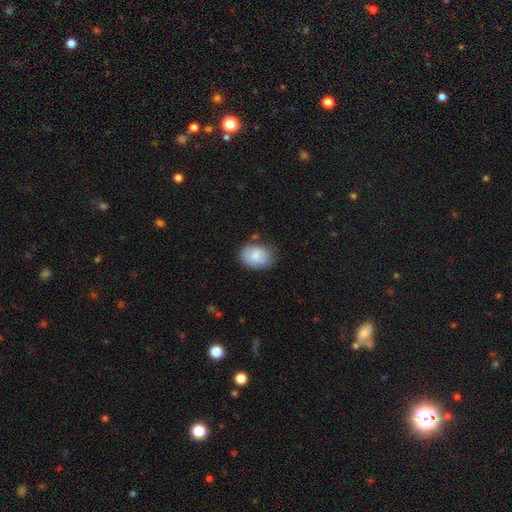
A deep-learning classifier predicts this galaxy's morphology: The model was most divided on "merging": none: 66%, minor disturbance: 25%, major disturbance: 6%, merger: 3%. More confident: smooth or featured — smooth (80%); how rounded — in between (75%).